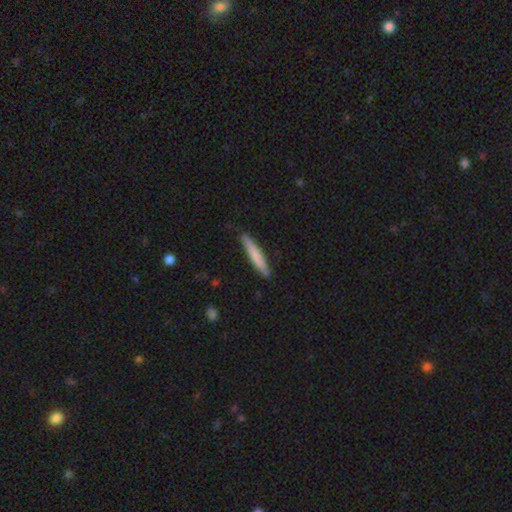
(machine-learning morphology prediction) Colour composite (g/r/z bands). It shows a smooth galaxy with no disk features (72%) that is cigar-shaped (95%). Merging: none (90%).